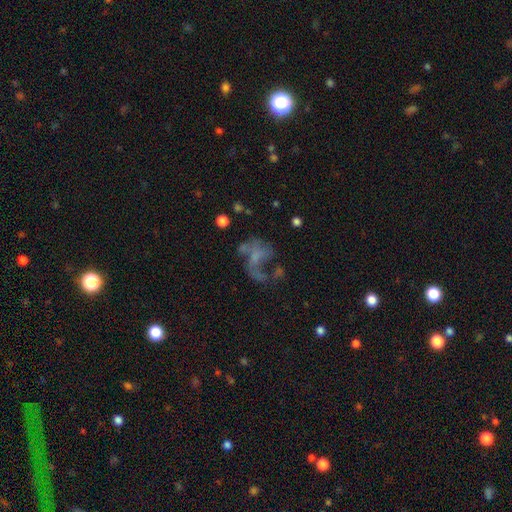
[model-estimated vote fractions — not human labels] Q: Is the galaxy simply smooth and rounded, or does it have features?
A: featured or disk — 52%.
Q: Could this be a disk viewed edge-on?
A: no — 98%.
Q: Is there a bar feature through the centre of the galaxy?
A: no — 80%.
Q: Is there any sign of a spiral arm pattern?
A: no — 66%.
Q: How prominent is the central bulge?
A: none — 65%.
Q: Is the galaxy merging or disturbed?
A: major disturbance — 44%.